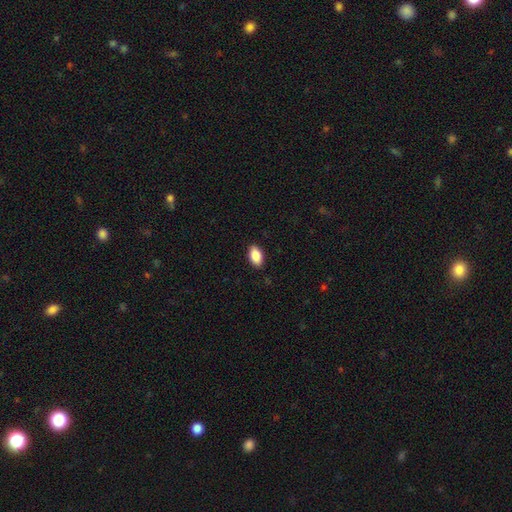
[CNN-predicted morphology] A smooth galaxy with no disk features (89%) that is in between round and cigar-shaped (93%).

Vote fractions:
- Smooth or featured? smooth: 89% / star or artifact: 7% / featured or disk: 4%
- How rounded? in between: 93% / round: 5% / cigar-shaped: 2%
- Merging? none: 89% / minor disturbance: 8% / major disturbance: 2% / merger: 1%